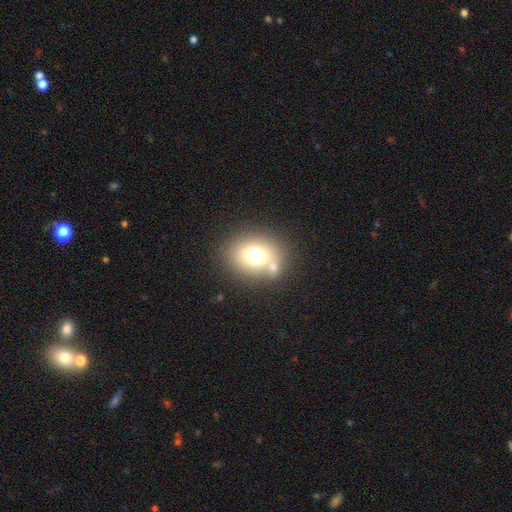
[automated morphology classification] The model was most divided on "how rounded": round: 58%, in between: 41%, cigar-shaped: 1%. More confident: smooth or featured — smooth (70%); merging — none (64%).